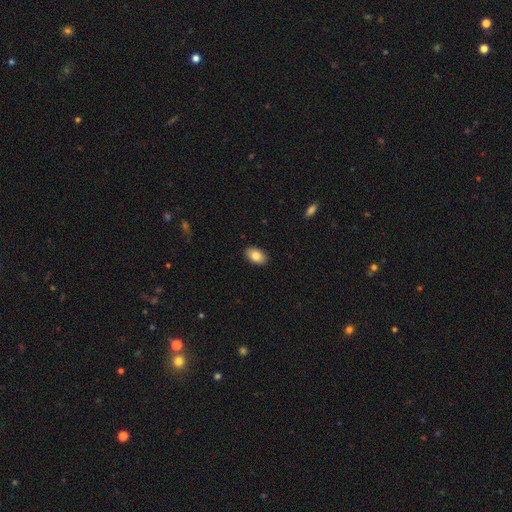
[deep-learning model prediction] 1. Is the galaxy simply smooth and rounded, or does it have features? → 83% smooth, 9% featured or disk, 7% star or artifact.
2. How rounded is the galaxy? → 90% in between, 8% round, 1% cigar-shaped.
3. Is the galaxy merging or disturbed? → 90% none, 7% minor disturbance, 2% major disturbance, 1% merger.